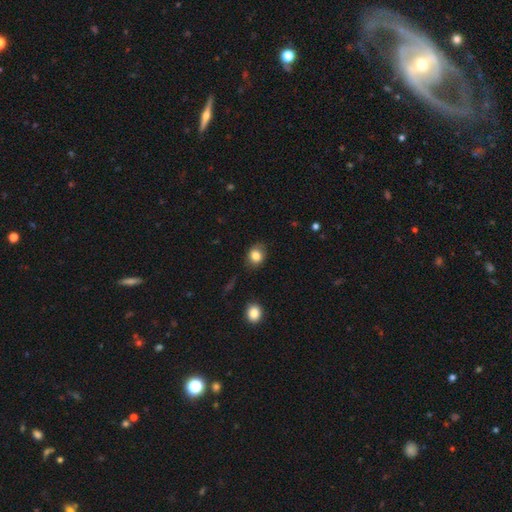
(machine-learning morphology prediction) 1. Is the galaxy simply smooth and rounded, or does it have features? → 82% smooth, 9% star or artifact, 8% featured or disk.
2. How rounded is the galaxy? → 52% round, 47% in between, 1% cigar-shaped.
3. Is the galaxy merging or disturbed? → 74% none, 19% minor disturbance, 5% major disturbance, 2% merger.